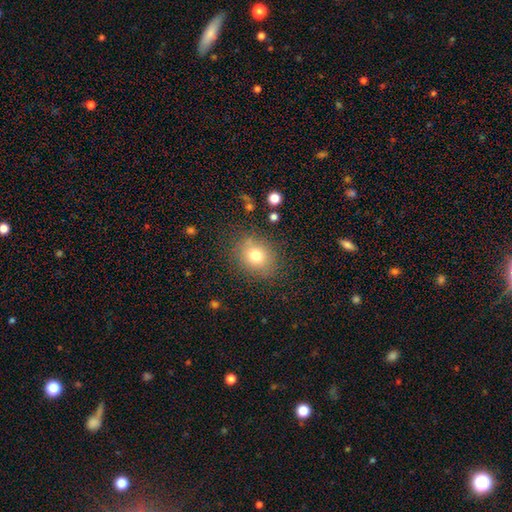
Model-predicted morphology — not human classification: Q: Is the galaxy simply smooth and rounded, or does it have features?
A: smooth — 76%.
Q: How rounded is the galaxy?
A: round — 63%.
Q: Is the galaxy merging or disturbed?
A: none — 81%.